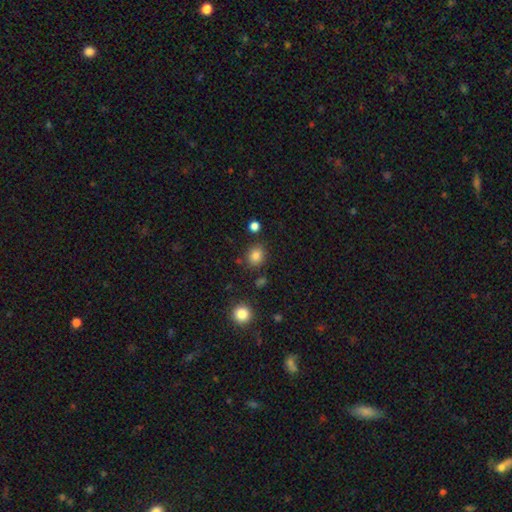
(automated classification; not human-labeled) Smooth or featured: smooth — 83% (star or artifact — 12%)
How rounded: round — 73% (in between — 26%)
Merging: none — 82% (minor disturbance — 10%)